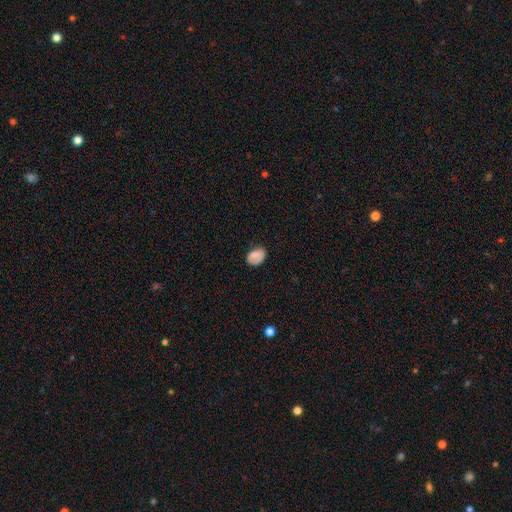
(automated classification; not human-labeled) smooth_or_featured: smooth (p=0.76) [alt: featured or disk p=0.15]
how_rounded: in between (p=0.75) [alt: round p=0.24]
merging: none (p=0.70) [alt: minor disturbance p=0.21]